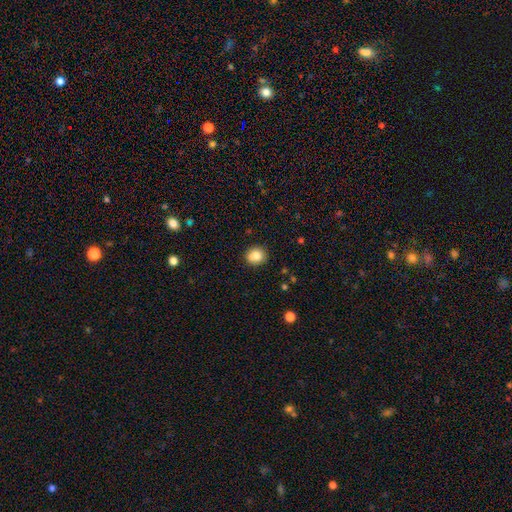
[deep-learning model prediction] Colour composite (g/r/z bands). It shows a smooth galaxy with no disk features (84%) that is round (80%). Merging: none (89%).